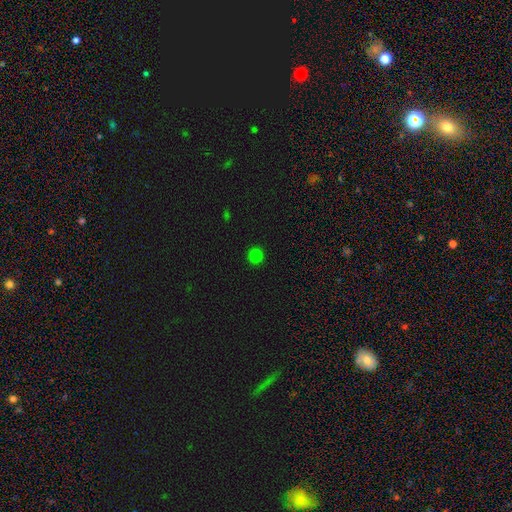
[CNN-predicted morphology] A smooth galaxy with no disk features (82%) that is round (94%).

Vote fractions:
- Smooth or featured? smooth: 82% / star or artifact: 15% / featured or disk: 3%
- How rounded? round: 94% / in between: 5% / cigar-shaped: 1%
- Merging? none: 92% / minor disturbance: 5% / major disturbance: 2% / merger: 1%